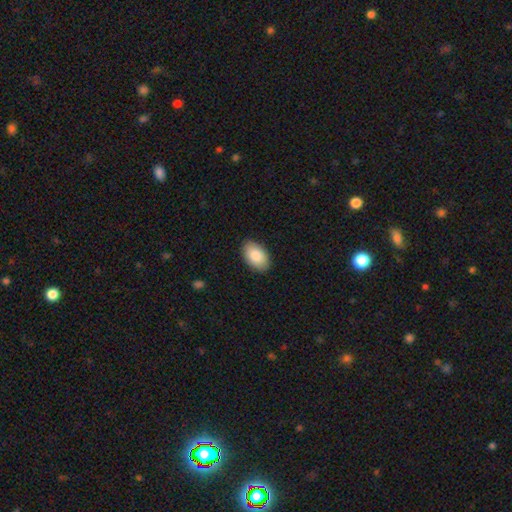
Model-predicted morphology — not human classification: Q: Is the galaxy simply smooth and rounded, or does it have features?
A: smooth — 88%.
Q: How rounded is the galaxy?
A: in between — 94%.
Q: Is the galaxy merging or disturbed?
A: none — 88%.